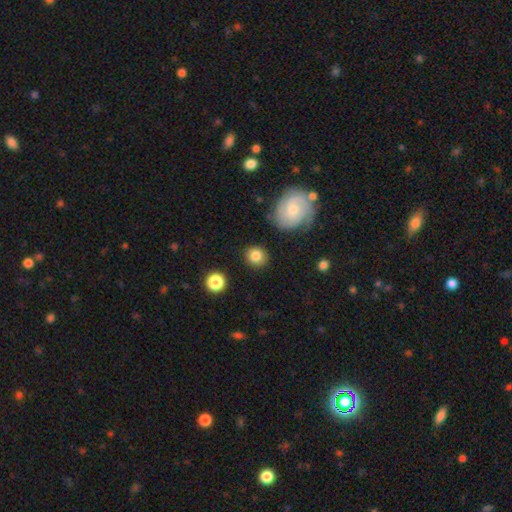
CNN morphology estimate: The model was most divided on "how rounded": round: 84%, in between: 15%, cigar-shaped: 1%. More confident: merging — none (87%); smooth or featured — smooth (82%).